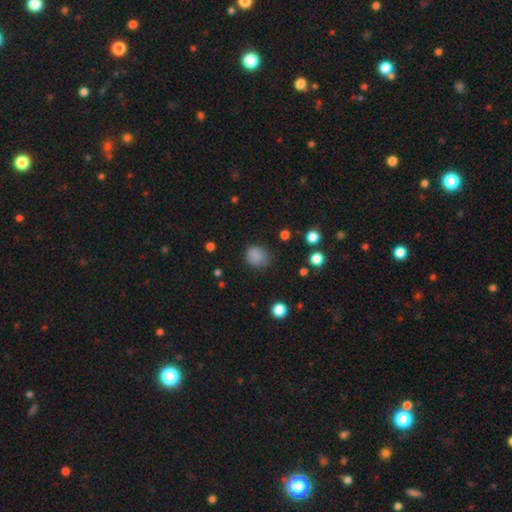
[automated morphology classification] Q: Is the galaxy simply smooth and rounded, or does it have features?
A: smooth — 83%.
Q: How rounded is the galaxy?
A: round — 60%.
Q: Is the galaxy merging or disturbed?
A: none — 70%.